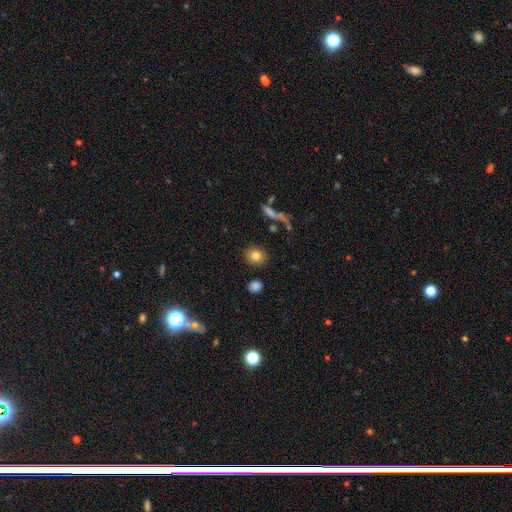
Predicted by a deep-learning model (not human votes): smooth_or_featured: smooth (p=0.81) [alt: star or artifact p=0.10]
how_rounded: round (p=0.66) [alt: in between p=0.32]
merging: none (p=0.86) [alt: minor disturbance p=0.08]